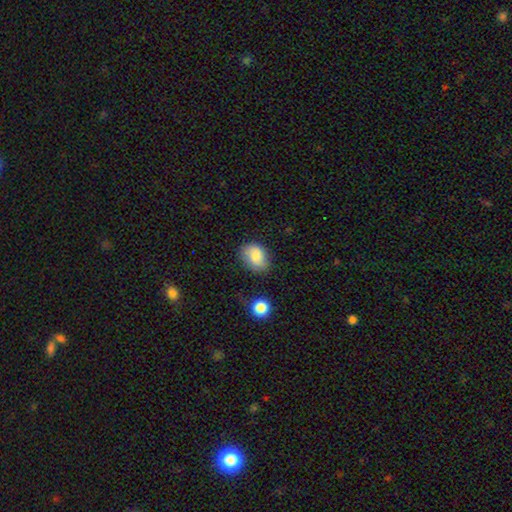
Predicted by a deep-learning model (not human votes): The model was most divided on "how rounded": in between: 66%, round: 33%, cigar-shaped: 1%. More confident: smooth or featured — smooth (74%); merging — none (72%).